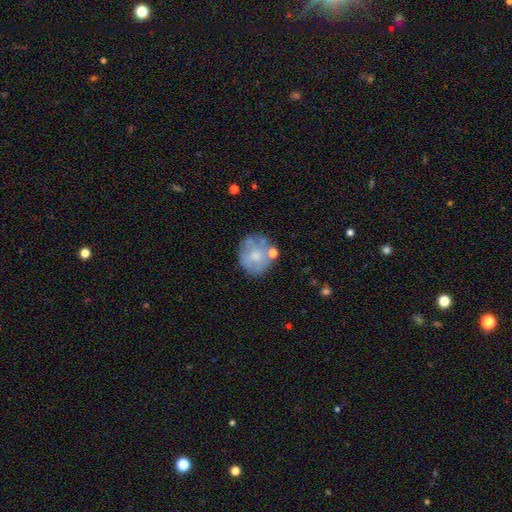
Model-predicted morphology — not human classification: Smooth or featured? Predicted: smooth (p=0.53). How rounded? Predicted: round (p=0.82). Merging? Predicted: none (p=0.59).